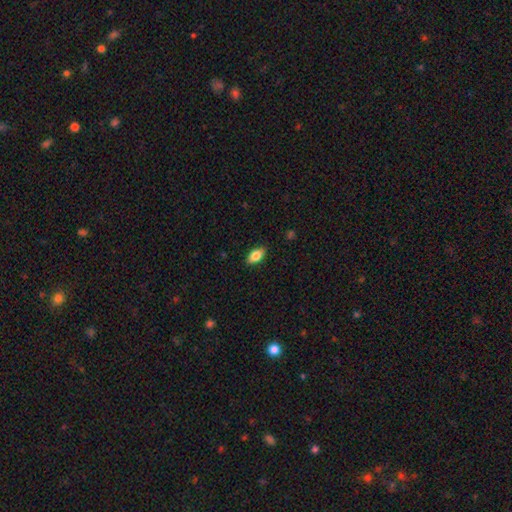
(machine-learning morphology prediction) type=smooth (82%); roundness=in between (90%); merging=none (88%).